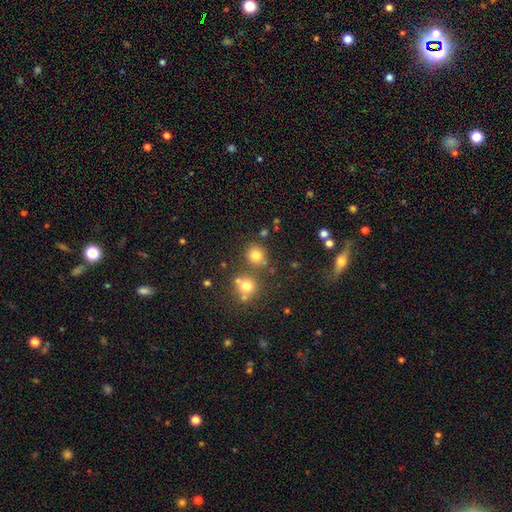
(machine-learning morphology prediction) smooth-or-featured: smooth: 77% | star or artifact: 16% | featured or disk: 7%
  how-rounded: round: 87% | in between: 12% | cigar-shaped: 1%
  merging: none: 73% | merger: 14% | minor disturbance: 9% | major disturbance: 3%